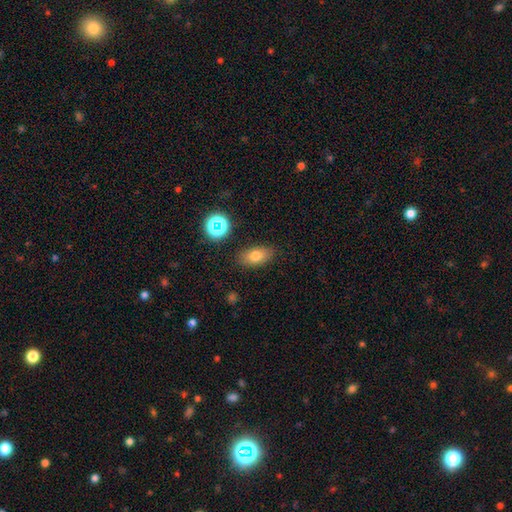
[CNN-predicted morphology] Smooth or featured? Predicted: smooth (p=0.74). How rounded? Predicted: in between (p=0.86). Merging? Predicted: none (p=0.84).